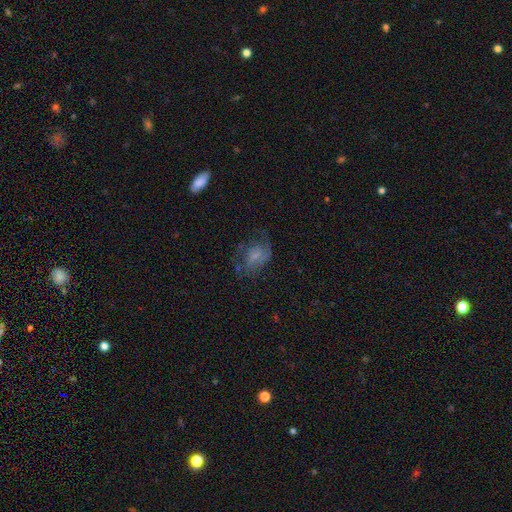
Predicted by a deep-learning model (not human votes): featured or disk 59%, smooth 30%, star or artifact 11%. Down the decision tree: edge-on disk — no (97%); bar — no (46%); spiral arms — yes (78%); bulge size — small (41%); merging — none (47%).